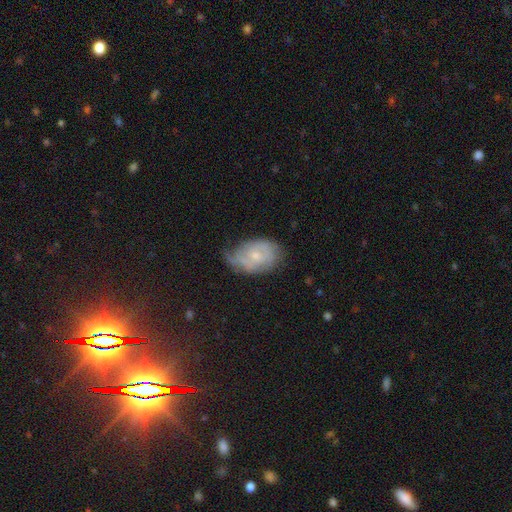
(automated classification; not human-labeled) smooth_or_featured: featured or disk (p=0.55) [alt: smooth p=0.37]
disk_edge_on: no (p=0.96) [alt: yes p=0.04]
bar: no (p=0.72) [alt: weak p=0.25]
has_spiral_arms: yes (p=0.72) [alt: no p=0.28]
bulge_size: small (p=0.62) [alt: moderate p=0.33]
merging: none (p=0.45) [alt: minor disturbance p=0.38]